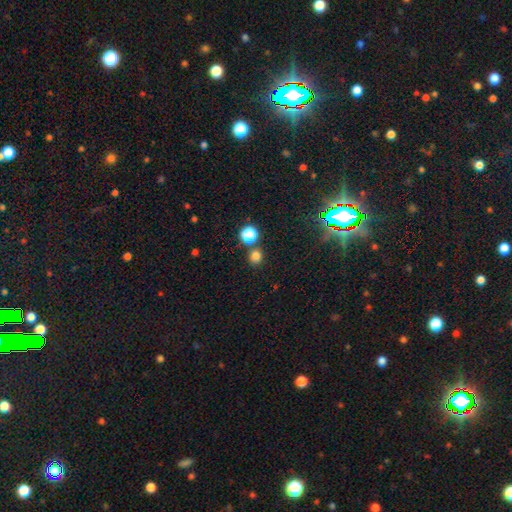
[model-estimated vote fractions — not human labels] This appears to be a smooth galaxy with no disk features (76%) that is round (85%). Merging: none (80%).